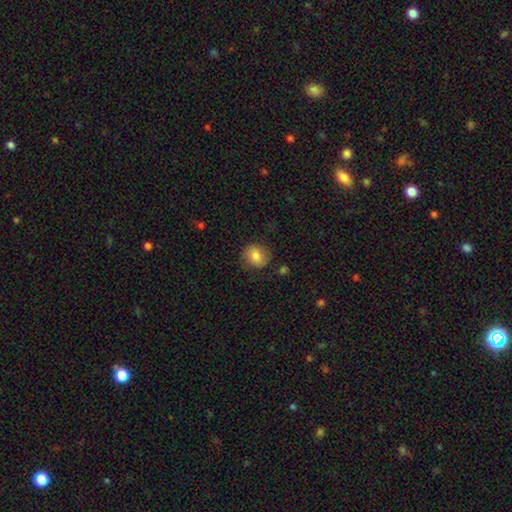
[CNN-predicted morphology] smooth-or-featured: smooth: 79% | featured or disk: 13% | star or artifact: 8%
  how-rounded: round: 74% | in between: 25% | cigar-shaped: 1%
  merging: none: 77% | minor disturbance: 16% | major disturbance: 5% | merger: 2%